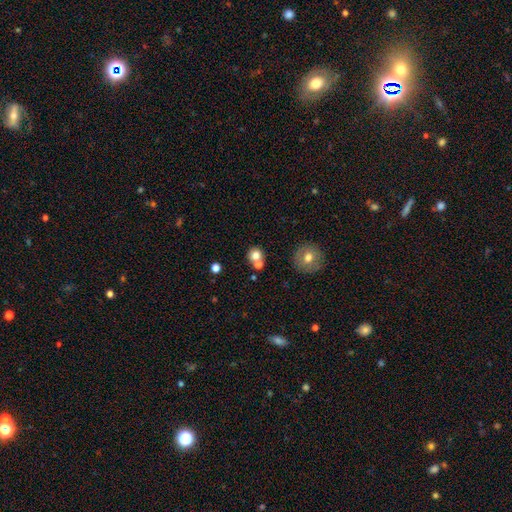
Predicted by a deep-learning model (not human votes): smooth_or_featured: smooth (p=0.76) [alt: star or artifact p=0.12]
how_rounded: round (p=0.87) [alt: in between p=0.12]
merging: none (p=0.57) [alt: merger p=0.32]